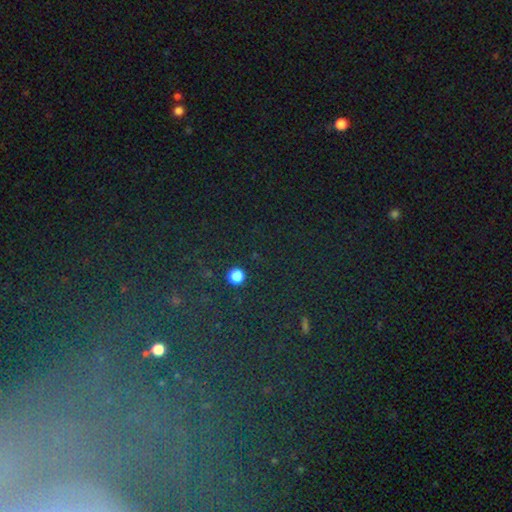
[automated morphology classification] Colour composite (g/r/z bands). It shows a star or artifact, not a galaxy (76%).